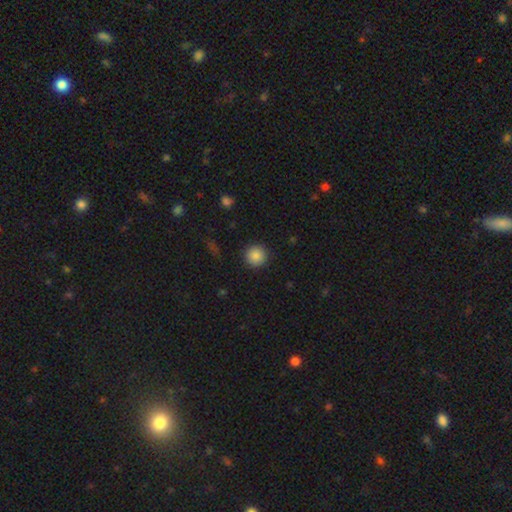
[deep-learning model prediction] This appears to be a smooth galaxy with no disk features (86%) that is round (95%). Merging: none (91%).